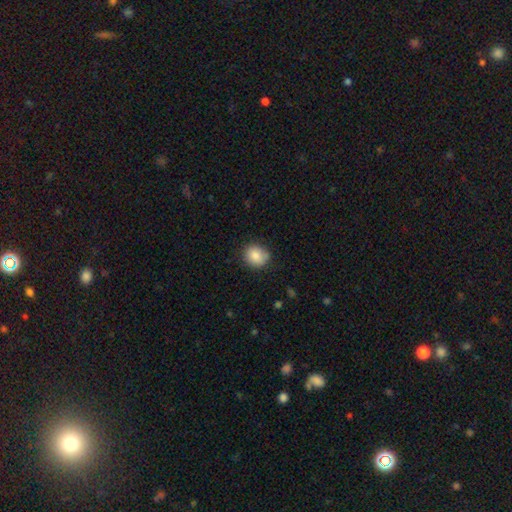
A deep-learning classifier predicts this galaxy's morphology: Q: Smooth or featured?
A: smooth (86%); runner-up: star or artifact (8%)
Q: How rounded?
A: round (75%); runner-up: in between (24%)
Q: Merging?
A: none (77%); runner-up: minor disturbance (17%)